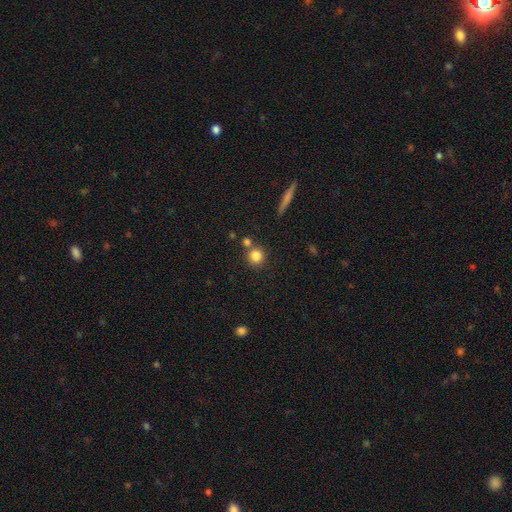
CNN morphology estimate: Overall: smooth (83%). How rounded: round (92%). Merging: none (70%).